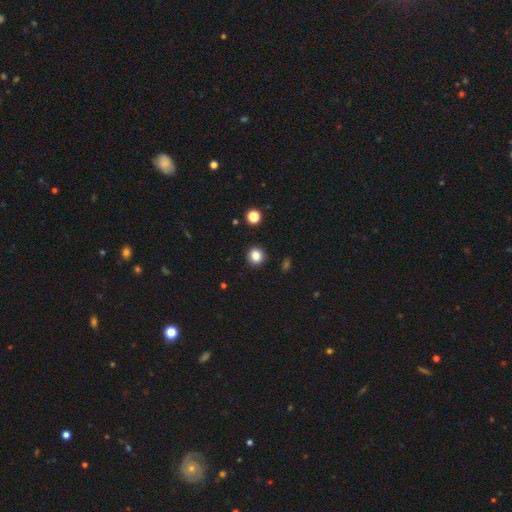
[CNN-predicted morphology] smooth 85%, star or artifact 11%, featured or disk 4%. Down the decision tree: how rounded — round (87%); merging — none (92%).